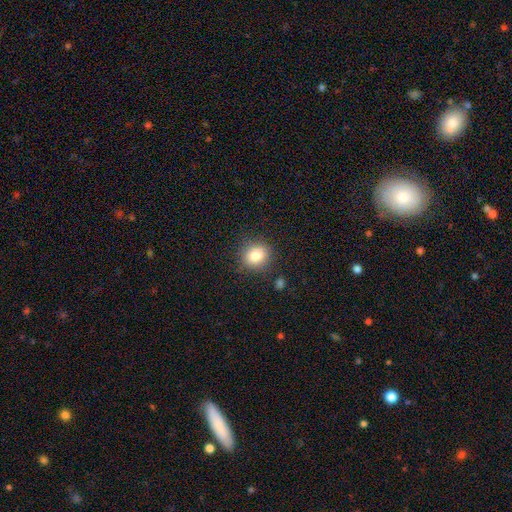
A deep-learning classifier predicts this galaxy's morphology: Overall: smooth (83%). How rounded: round (79%). Merging: none (85%).